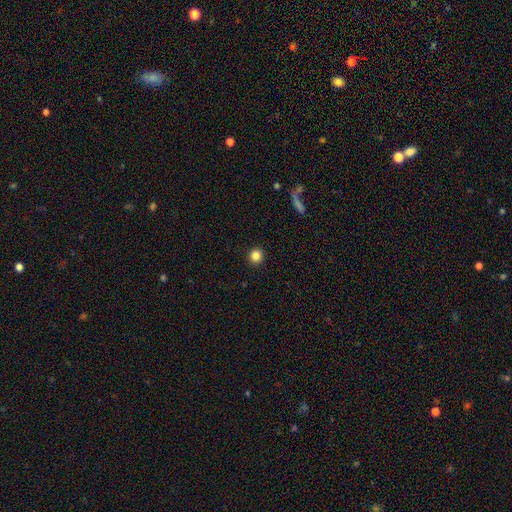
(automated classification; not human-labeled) Q: Smooth or featured?
A: smooth (85%); runner-up: star or artifact (11%)
Q: How rounded?
A: round (92%); runner-up: in between (7%)
Q: Merging?
A: none (93%); runner-up: minor disturbance (5%)